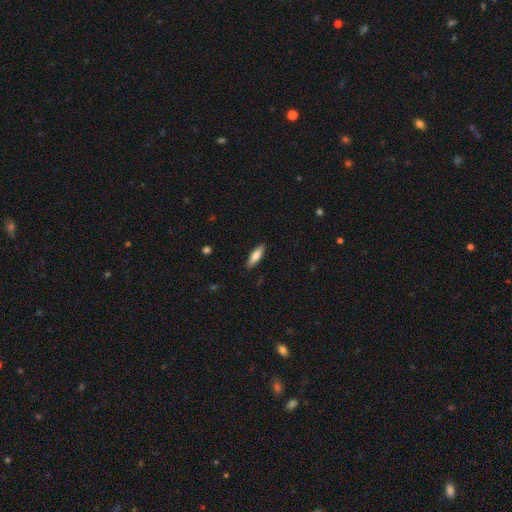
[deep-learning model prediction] Q: Smooth or featured?
A: smooth (73%); runner-up: featured or disk (21%)
Q: How rounded?
A: cigar-shaped (57%); runner-up: in between (42%)
Q: Merging?
A: none (88%); runner-up: minor disturbance (9%)